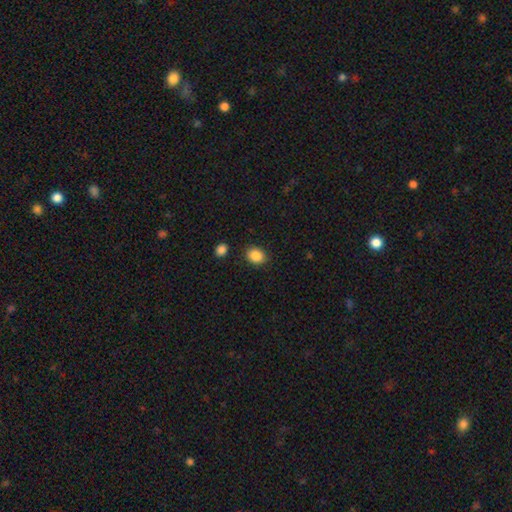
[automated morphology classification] A smooth galaxy with no disk features (87%) that is in between round and cigar-shaped (52%).

Vote fractions:
- Smooth or featured? smooth: 87% / star or artifact: 9% / featured or disk: 4%
- How rounded? in between: 52% / round: 47% / cigar-shaped: 1%
- Merging? none: 84% / minor disturbance: 10% / merger: 3% / major disturbance: 3%